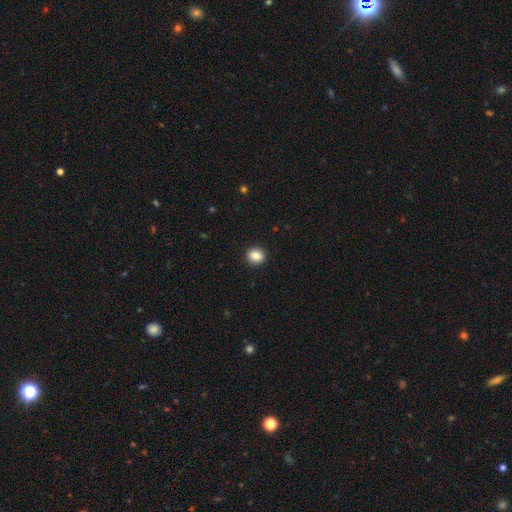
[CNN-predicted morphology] smooth_or_featured: smooth (p=0.87) [alt: star or artifact p=0.09]
how_rounded: round (p=0.67) [alt: in between p=0.32]
merging: none (p=0.91) [alt: minor disturbance p=0.06]